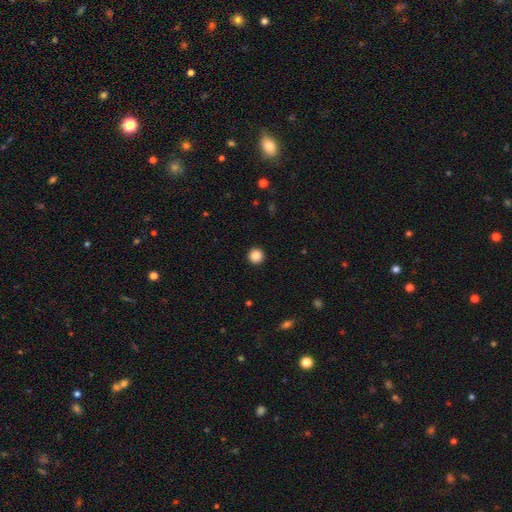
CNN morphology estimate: This appears to be a smooth galaxy with no disk features (88%) that is round (96%). Merging: none (93%).